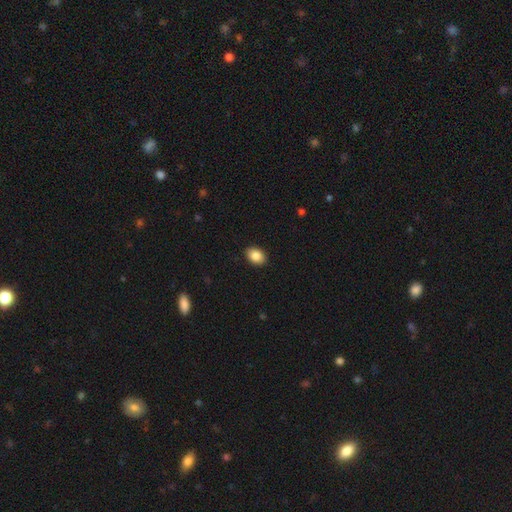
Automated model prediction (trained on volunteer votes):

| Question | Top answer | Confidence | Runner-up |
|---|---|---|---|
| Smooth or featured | smooth | 87% | star or artifact (8%) |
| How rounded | in between | 78% | round (21%) |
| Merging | none | 91% | minor disturbance (7%) |